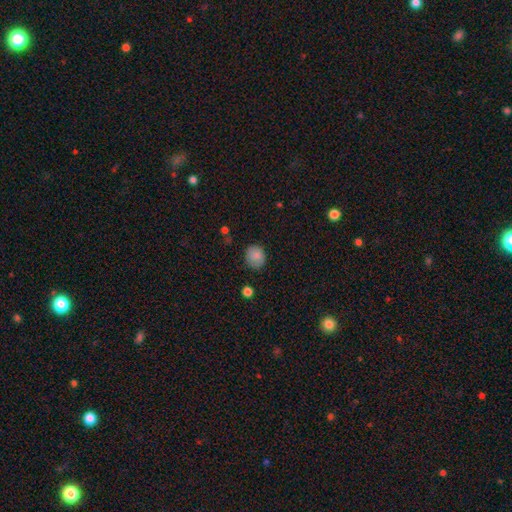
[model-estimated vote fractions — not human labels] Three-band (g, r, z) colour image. It shows a smooth galaxy with no disk features (84%) that is round (73%). Merging: none (78%).